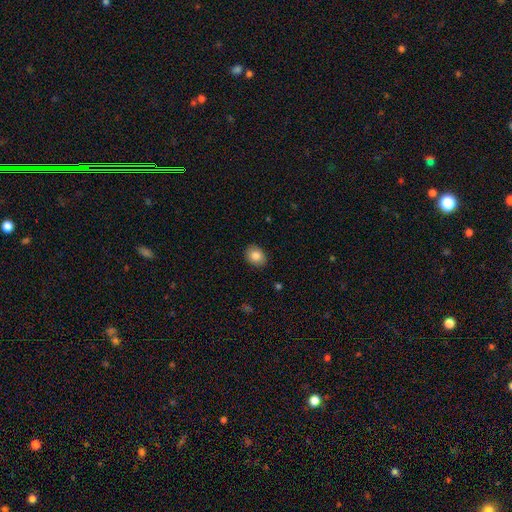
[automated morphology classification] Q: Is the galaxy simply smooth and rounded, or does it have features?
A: smooth — 84%.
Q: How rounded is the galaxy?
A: in between — 55%.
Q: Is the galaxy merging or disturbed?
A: none — 88%.